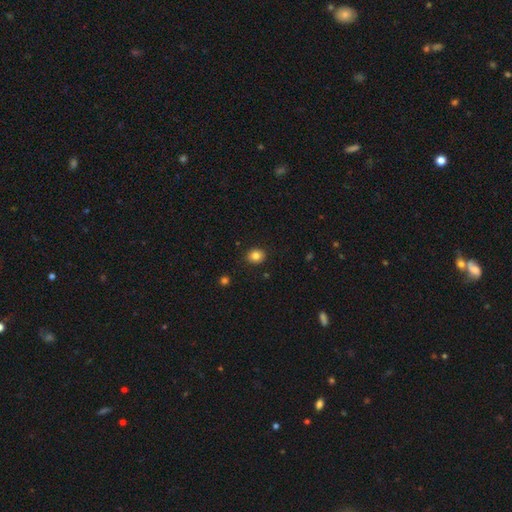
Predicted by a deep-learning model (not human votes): Smooth or featured? Predicted: smooth (p=0.83). How rounded? Predicted: round (p=0.65). Merging? Predicted: none (p=0.89).